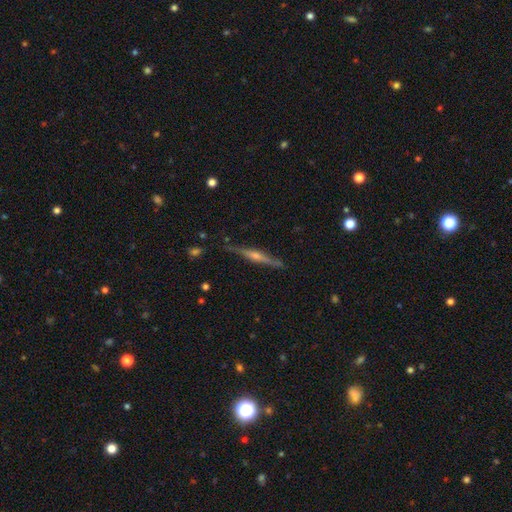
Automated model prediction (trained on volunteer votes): Smooth or featured? featured or disk (79%)
Edge-on disk? yes (98%)
Edge-on bulge? rounded (81%)
Merging? none (87%)